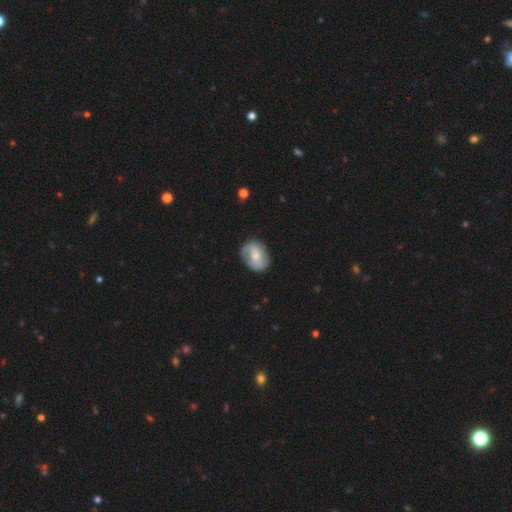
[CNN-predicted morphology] featured or disk 47%, smooth 46%, star or artifact 7%. Down the decision tree: merging — none (74%).